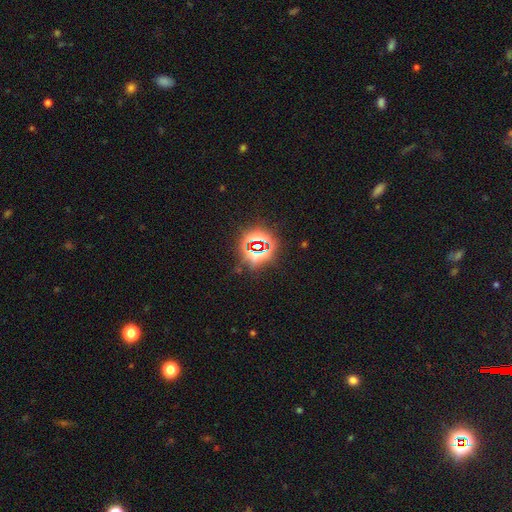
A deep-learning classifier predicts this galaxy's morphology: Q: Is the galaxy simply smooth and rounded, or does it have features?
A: star or artifact — 77%.